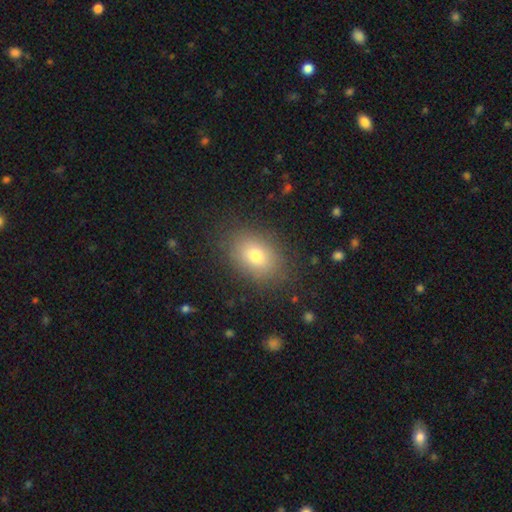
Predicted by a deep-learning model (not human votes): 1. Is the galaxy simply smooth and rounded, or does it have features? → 77% smooth, 12% featured or disk, 11% star or artifact.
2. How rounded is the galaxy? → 73% in between, 26% round, 1% cigar-shaped.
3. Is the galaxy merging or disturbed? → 83% none, 11% minor disturbance, 4% major disturbance, 1% merger.